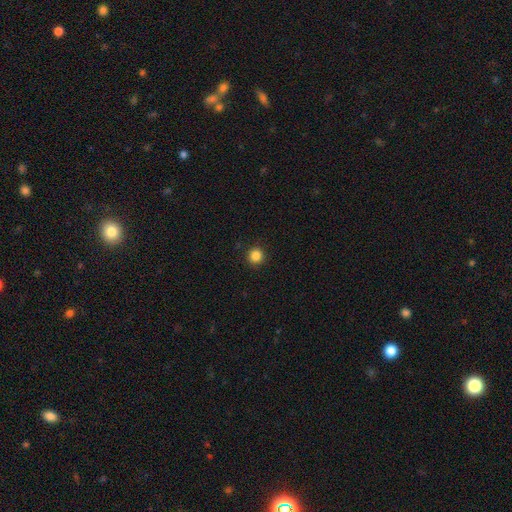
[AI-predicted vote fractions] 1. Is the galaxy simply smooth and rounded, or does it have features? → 86% smooth, 11% star or artifact, 3% featured or disk.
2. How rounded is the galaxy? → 95% round, 4% in between, 1% cigar-shaped.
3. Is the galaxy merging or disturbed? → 92% none, 5% minor disturbance, 2% major disturbance, 1% merger.